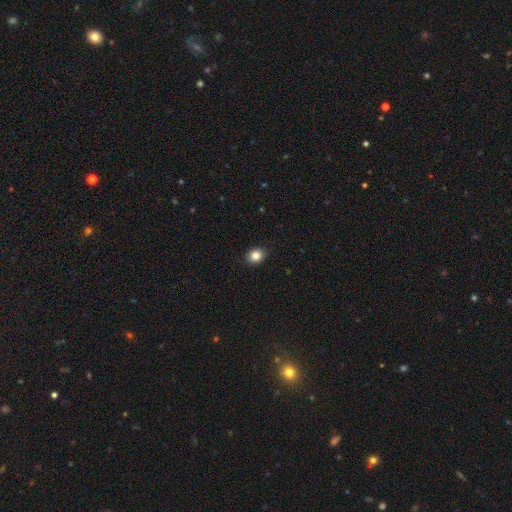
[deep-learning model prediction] Smooth or featured? smooth (84%)
How rounded? round (65%)
Merging? none (90%)